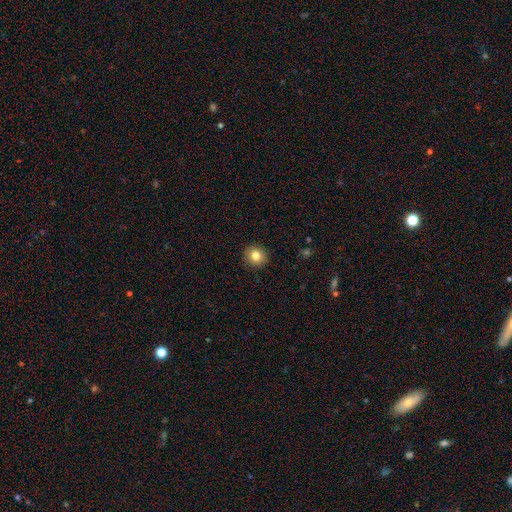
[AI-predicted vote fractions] Smooth or featured? smooth (82%)
How rounded? round (89%)
Merging? none (92%)